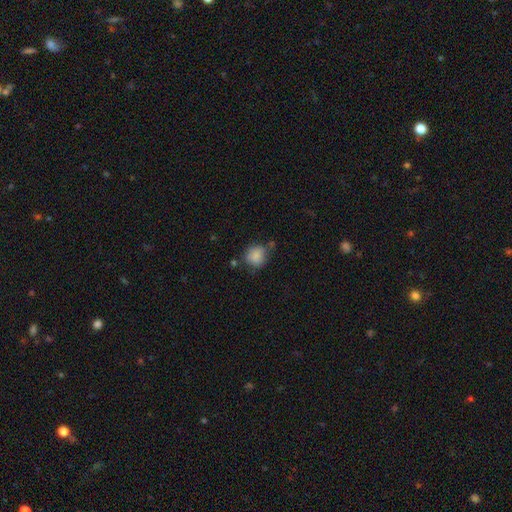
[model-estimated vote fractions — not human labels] smooth 84%, star or artifact 9%, featured or disk 7%. Down the decision tree: how rounded — round (75%); merging — none (62%).